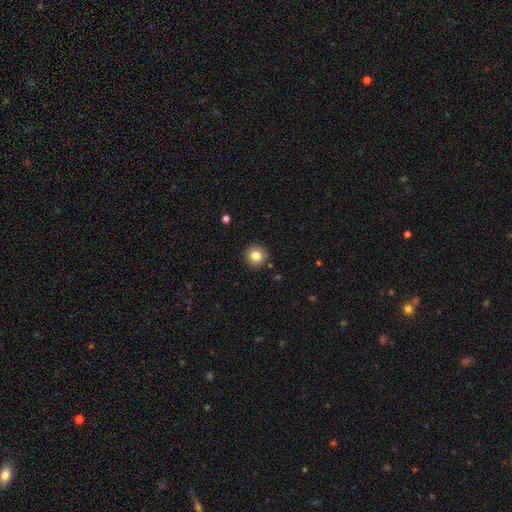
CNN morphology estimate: Overall: smooth (82%). How rounded: round (95%). Merging: none (91%).